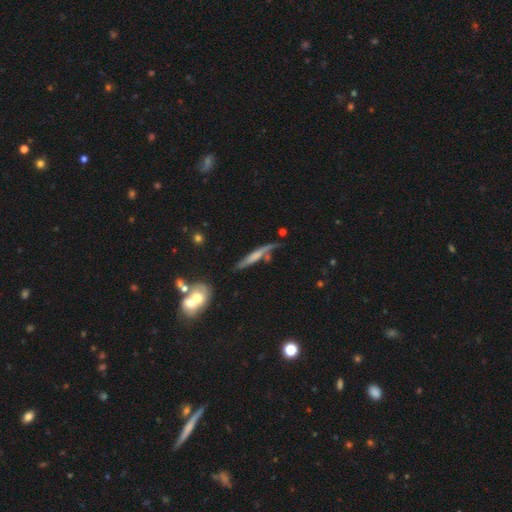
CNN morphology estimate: Q: Smooth or featured?
A: featured or disk (48%); runner-up: smooth (45%)
Q: Merging?
A: none (54%); runner-up: minor disturbance (24%)